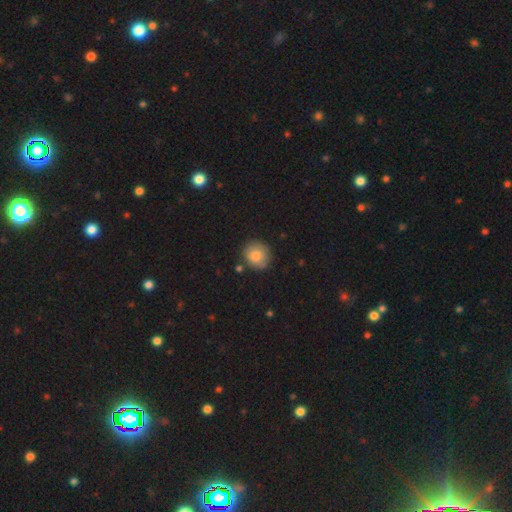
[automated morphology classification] smooth-or-featured: smooth: 82% | featured or disk: 11% | star or artifact: 8%
  how-rounded: round: 84% | in between: 15% | cigar-shaped: 1%
  merging: none: 80% | minor disturbance: 14% | merger: 3% | major disturbance: 3%